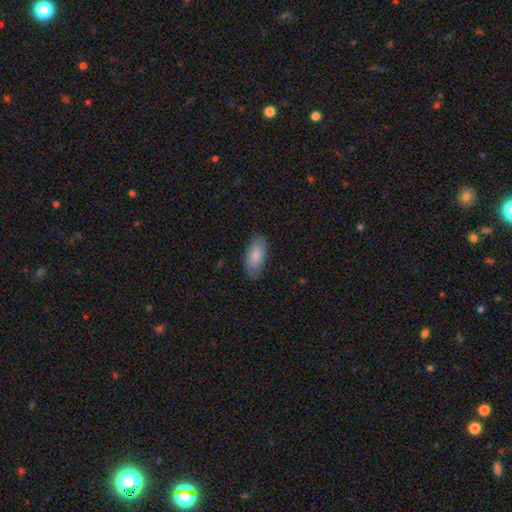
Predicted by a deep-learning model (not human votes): Overall: smooth (83%). How rounded: in between (91%). Merging: none (82%).